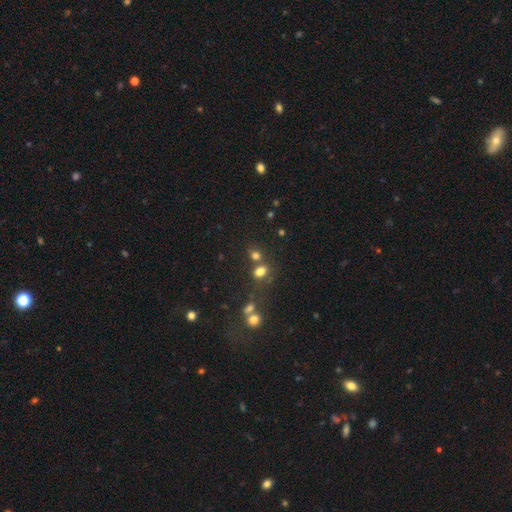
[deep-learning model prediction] Overall: smooth (72%). How rounded: round (57%; in between 42%). Merging: none (54%; merger 31%).